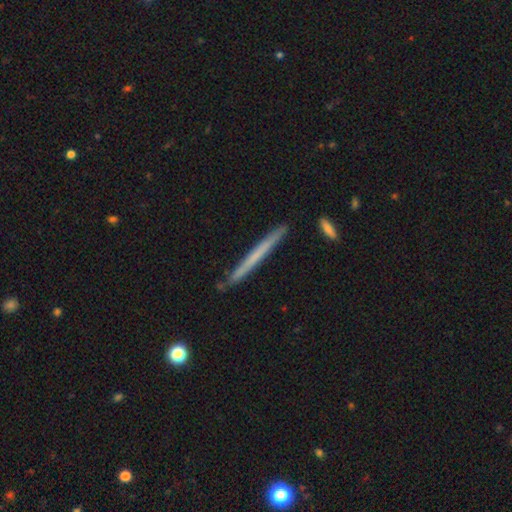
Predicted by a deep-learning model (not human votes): Smooth or featured? Predicted: smooth (p=0.52). How rounded? Predicted: cigar-shaped (p=0.97). Merging? Predicted: none (p=0.89).